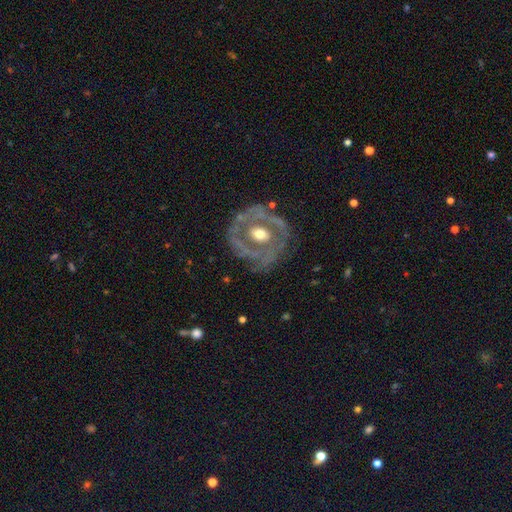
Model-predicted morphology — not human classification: This is likely a featured or disk galaxy (78%). It is clearly not viewed edge-on (94%). Bar: possibly no (48%). Spiral arm pattern: possibly yes (60%). Central bulge: likely moderate (70%). Merging: likely none (77%).